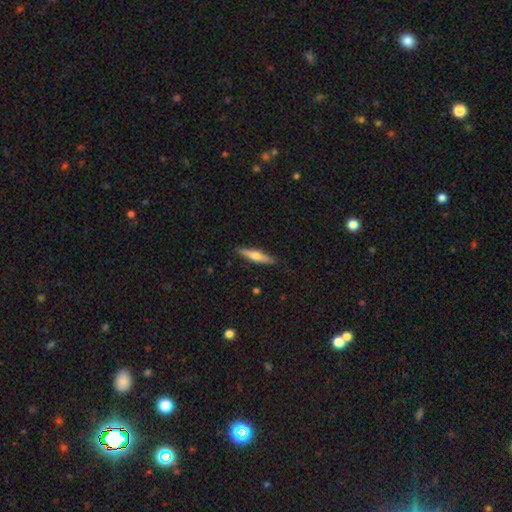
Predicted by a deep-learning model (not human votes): A smooth galaxy with no disk features (54%) that is cigar-shaped (84%).

Vote fractions:
- Smooth or featured? smooth: 54% / featured or disk: 41% / star or artifact: 6%
- How rounded? cigar-shaped: 84% / in between: 14% / round: 2%
- Merging? none: 88% / minor disturbance: 9% / major disturbance: 2% / merger: 1%